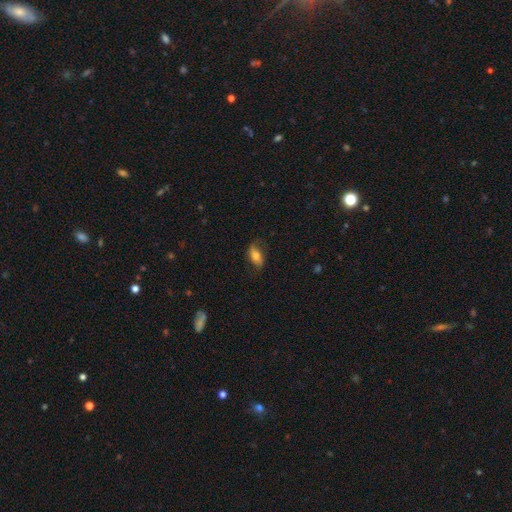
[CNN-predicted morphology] Smooth or featured? smooth (60%)
How rounded? in between (84%)
Merging? none (71%)